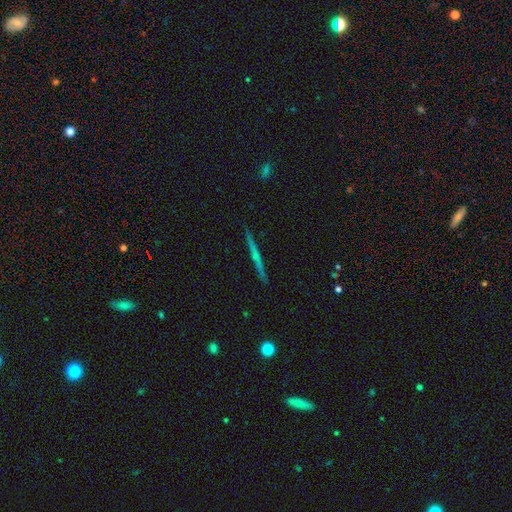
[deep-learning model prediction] featured or disk 67%, smooth 25%, star or artifact 8%. Down the decision tree: edge-on disk — yes (98%); edge-on bulge — none (47%); merging — none (91%).